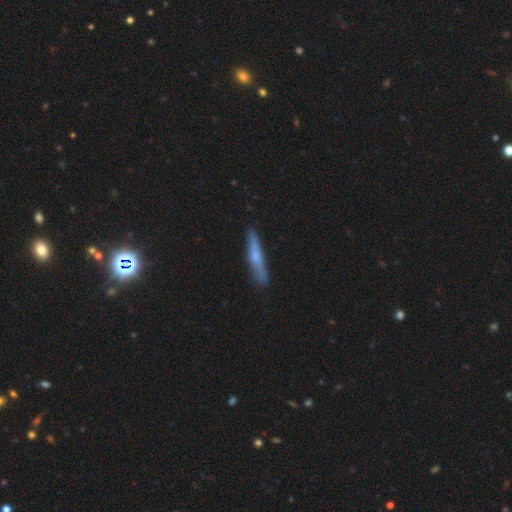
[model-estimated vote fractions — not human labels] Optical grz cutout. It shows a featured or disk galaxy (49%). Merging: none (86%).